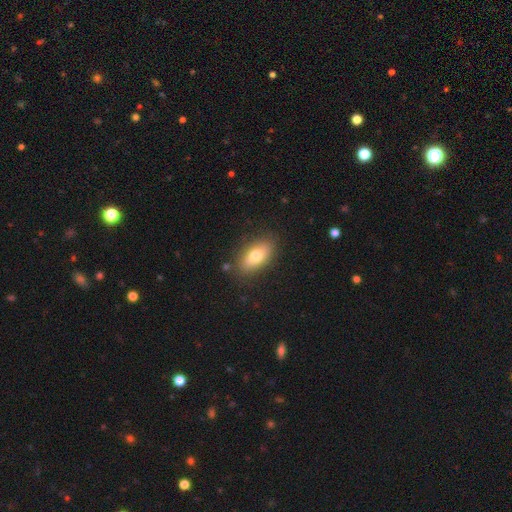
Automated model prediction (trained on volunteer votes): smooth 74%, featured or disk 19%, star or artifact 8%. Down the decision tree: how rounded — in between (88%); merging — none (84%).